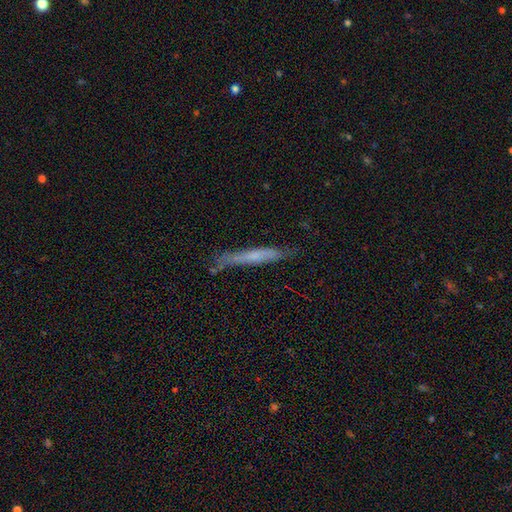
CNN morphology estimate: The model was most divided on "smooth or featured": smooth: 54%, featured or disk: 39%, star or artifact: 6%. More confident: how rounded — cigar-shaped (95%); merging — none (68%).